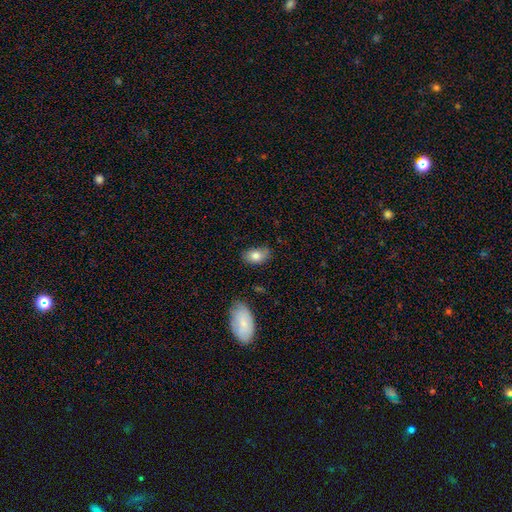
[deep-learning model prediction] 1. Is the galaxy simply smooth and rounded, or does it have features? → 81% smooth, 11% featured or disk, 8% star or artifact.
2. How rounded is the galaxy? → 89% in between, 10% round, 2% cigar-shaped.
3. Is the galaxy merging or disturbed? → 73% none, 21% minor disturbance, 4% major disturbance, 2% merger.